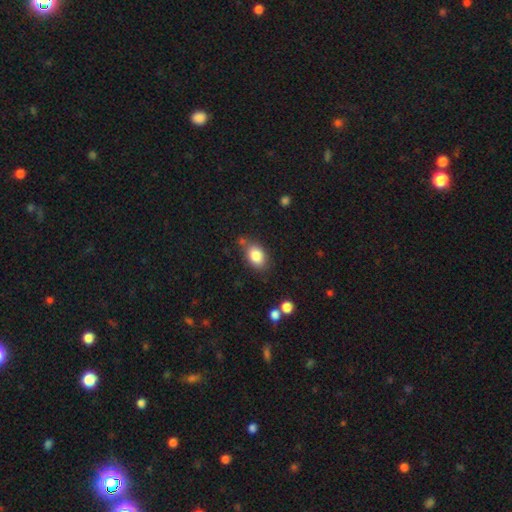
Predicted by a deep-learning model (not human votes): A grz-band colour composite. It shows a smooth galaxy with no disk features (85%) that is in between round and cigar-shaped (83%). Merging: none (71%).